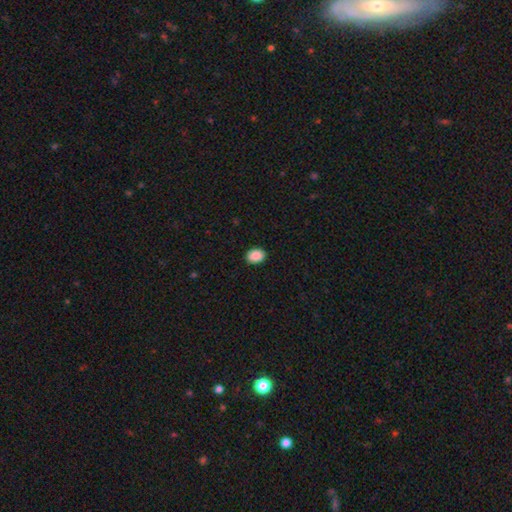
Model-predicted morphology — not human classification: This appears to be a smooth galaxy with no disk features (90%) that is in between round and cigar-shaped (72%). Merging: none (90%).